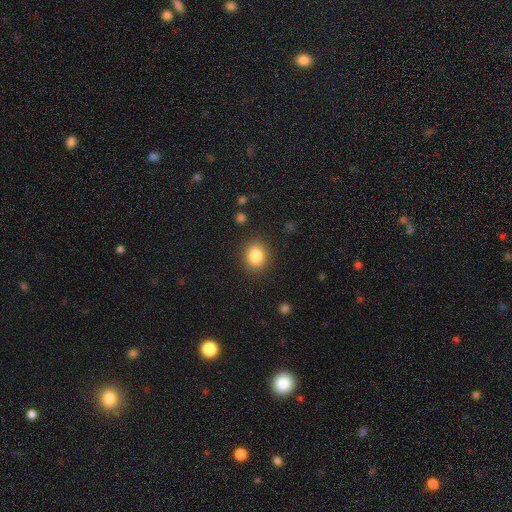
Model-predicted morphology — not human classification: Smooth or featured?
  - smooth: 84% *
  - star or artifact: 10%
  - featured or disk: 6%
How rounded?
  - round: 69% *
  - in between: 30%
  - cigar-shaped: 1%
Merging?
  - none: 89% *
  - minor disturbance: 7%
  - major disturbance: 3%
  - merger: 1%